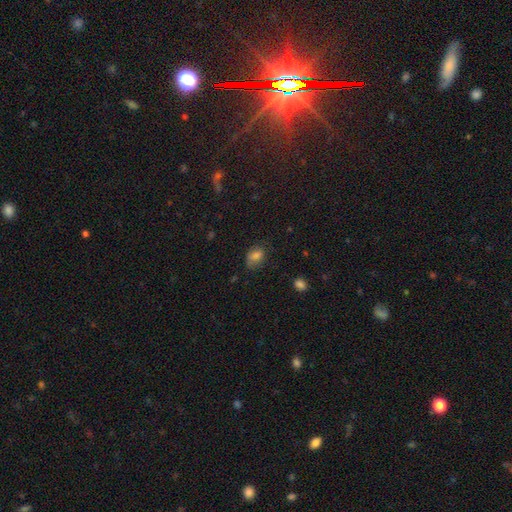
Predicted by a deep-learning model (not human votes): This appears to be a smooth galaxy with no disk features (76%) that is in between round and cigar-shaped (76%). Merging: none (58%).